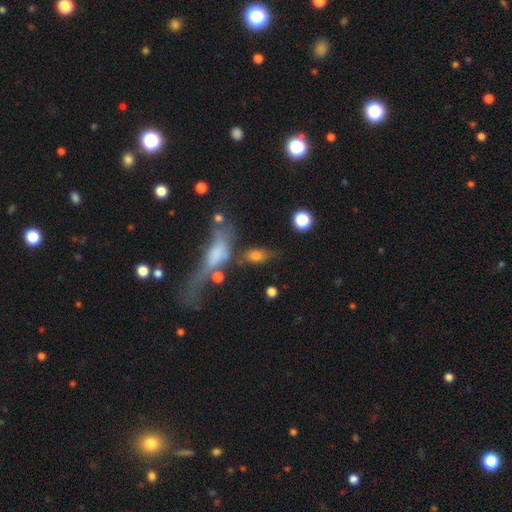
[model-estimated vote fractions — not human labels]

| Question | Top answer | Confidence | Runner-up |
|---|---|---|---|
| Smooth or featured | smooth | 63% | featured or disk (24%) |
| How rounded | in between | 74% | cigar-shaped (16%) |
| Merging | none | 39% | merger (23%) |